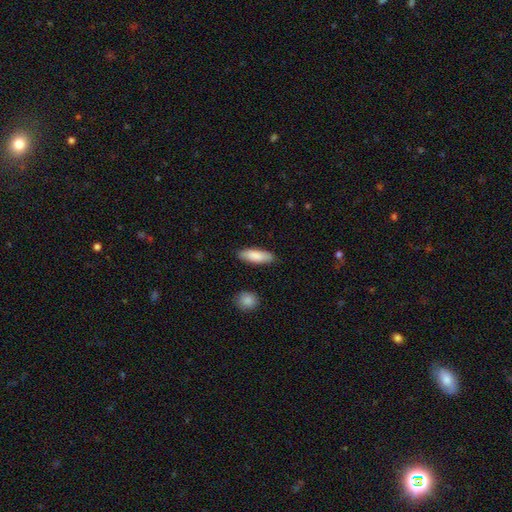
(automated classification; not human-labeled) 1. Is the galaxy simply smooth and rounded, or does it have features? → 86% smooth, 9% featured or disk, 5% star or artifact.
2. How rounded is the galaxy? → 58% in between, 40% cigar-shaped, 2% round.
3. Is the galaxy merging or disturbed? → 86% none, 10% minor disturbance, 2% major disturbance, 2% merger.